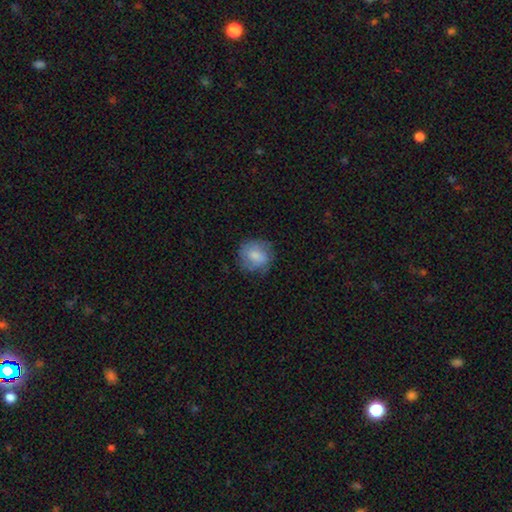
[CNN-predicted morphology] smooth_or_featured: smooth (p=0.73) [alt: featured or disk p=0.20]
how_rounded: round (p=0.81) [alt: in between p=0.18]
merging: none (p=0.71) [alt: minor disturbance p=0.20]